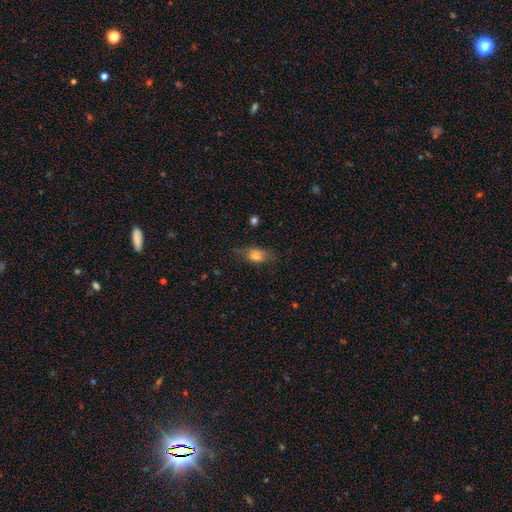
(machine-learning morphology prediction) smooth 73%, featured or disk 17%, star or artifact 10%. Down the decision tree: how rounded — in between (76%); merging — none (60%).